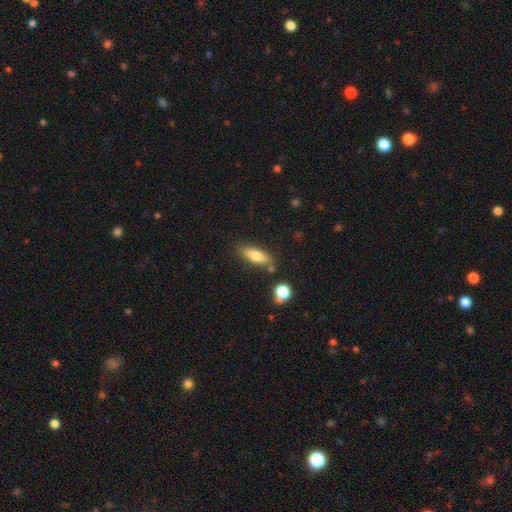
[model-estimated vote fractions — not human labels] This appears to be a smooth galaxy with no disk features (74%) that is in between round and cigar-shaped (57%). Merging: none (77%).